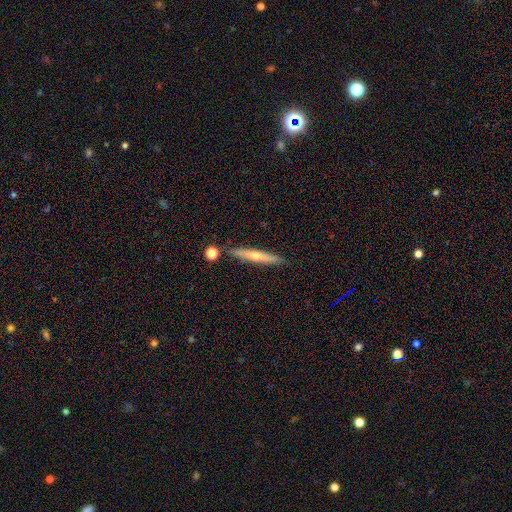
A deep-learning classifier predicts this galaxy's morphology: Smooth or featured: featured or disk — 58% (smooth — 34%)
Edge-on disk: yes — 95% (no — 5%)
Edge-on bulge: rounded — 77% (none — 19%)
Merging: none — 86% (minor disturbance — 9%)